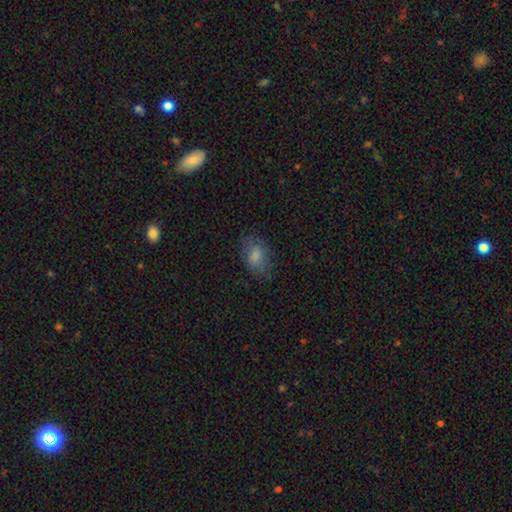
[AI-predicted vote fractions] Smooth or featured? Predicted: smooth (p=0.78). How rounded? Predicted: in between (p=0.85). Merging? Predicted: none (p=0.70).